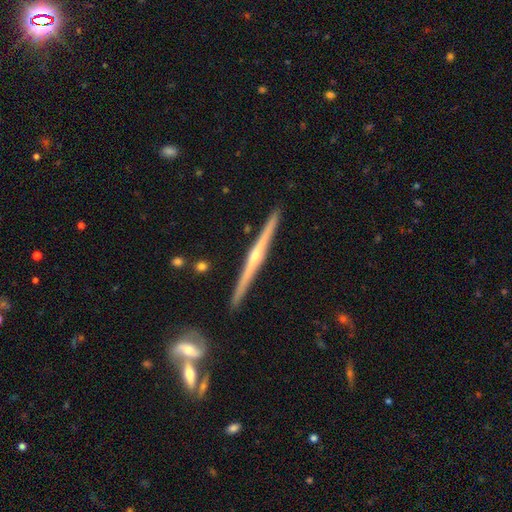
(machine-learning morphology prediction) type=featured or disk (85%); edge-on=yes (98%); edge-on bulge=rounded (85%); merging=none (92%).